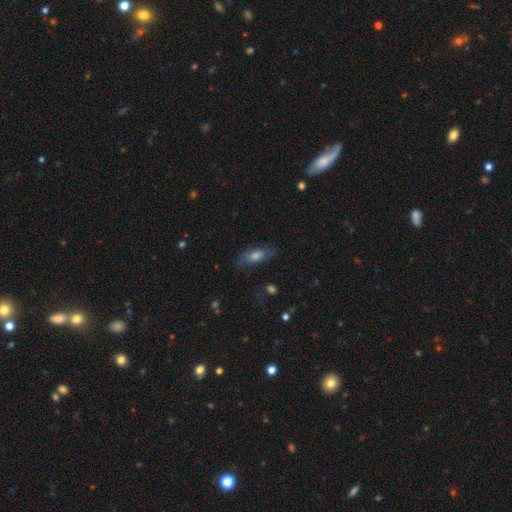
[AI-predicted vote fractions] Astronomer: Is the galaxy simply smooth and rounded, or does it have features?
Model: smooth — 54% (runner-up: featured or disk, 35%).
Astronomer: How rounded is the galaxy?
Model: in between — 76%.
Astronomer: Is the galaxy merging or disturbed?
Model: none — 70%.